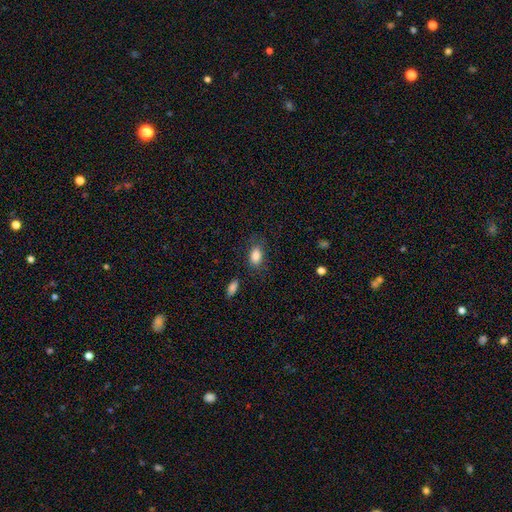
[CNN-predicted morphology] Q: Smooth or featured?
A: smooth (86%); runner-up: star or artifact (8%)
Q: How rounded?
A: in between (86%); runner-up: round (11%)
Q: Merging?
A: none (73%); runner-up: minor disturbance (18%)